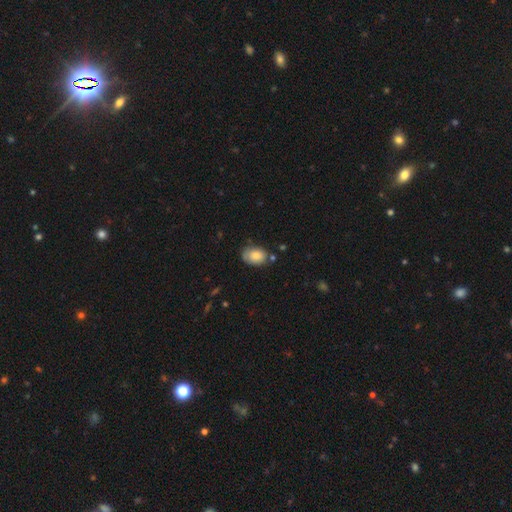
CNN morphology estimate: smooth 80%, featured or disk 12%, star or artifact 7%. Down the decision tree: how rounded — in between (81%); merging — none (65%).